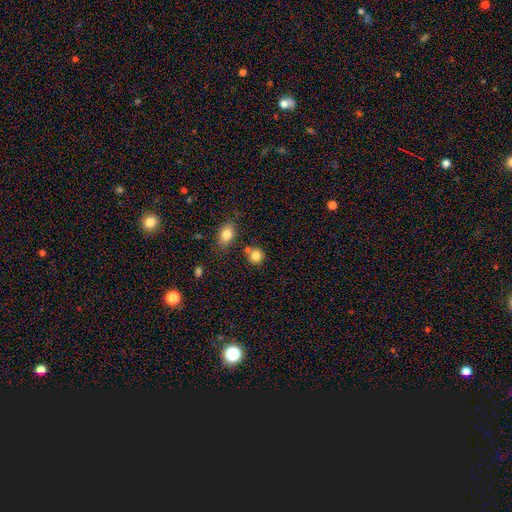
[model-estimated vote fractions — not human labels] smooth_or_featured: smooth (p=0.83) [alt: star or artifact p=0.11]
how_rounded: round (p=0.83) [alt: in between p=0.16]
merging: none (p=0.71) [alt: merger p=0.14]